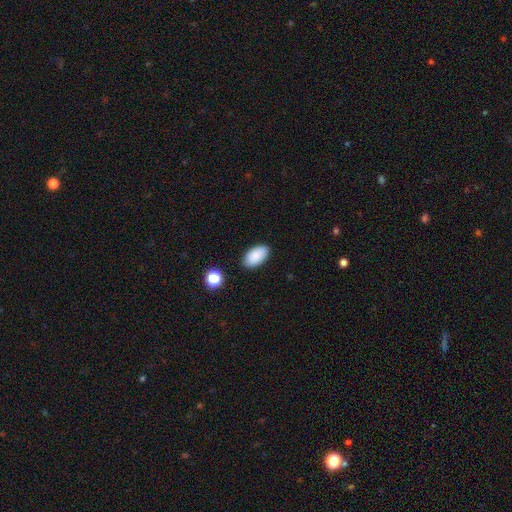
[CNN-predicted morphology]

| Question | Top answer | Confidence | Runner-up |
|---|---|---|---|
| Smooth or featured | smooth | 88% | star or artifact (7%) |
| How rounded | in between | 95% | round (3%) |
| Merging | none | 86% | minor disturbance (10%) |